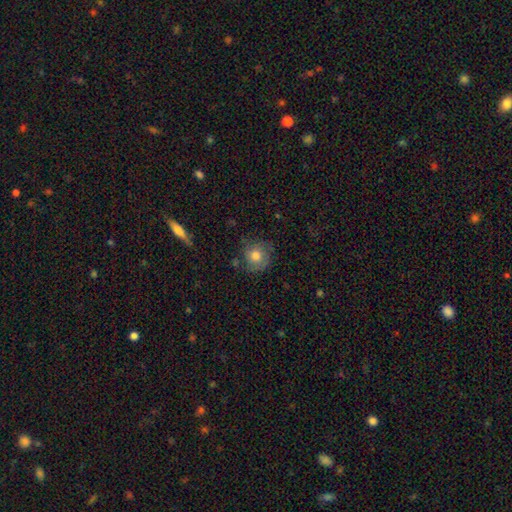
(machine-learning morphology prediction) Smooth or featured? Predicted: smooth (p=0.76). How rounded? Predicted: round (p=0.90). Merging? Predicted: none (p=0.72).